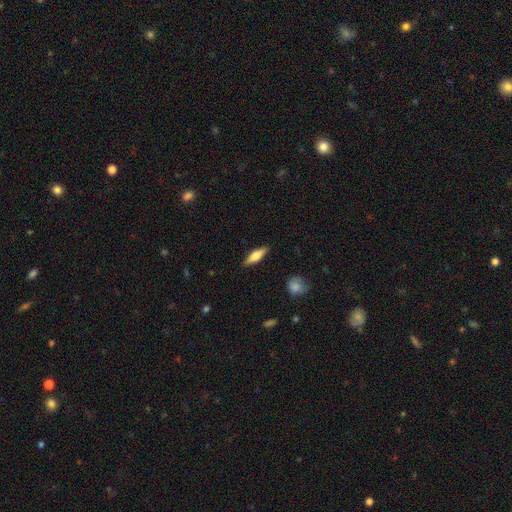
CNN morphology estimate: Smooth or featured? smooth (52%)
How rounded? cigar-shaped (59%)
Merging? none (88%)